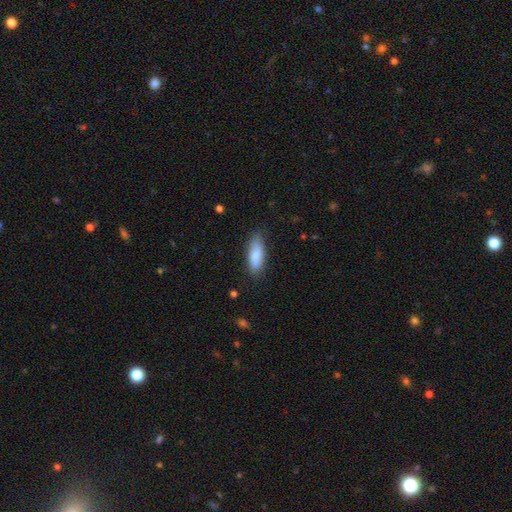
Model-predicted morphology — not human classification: Smooth or featured? smooth (84%)
How rounded? in between (64%)
Merging? none (77%)